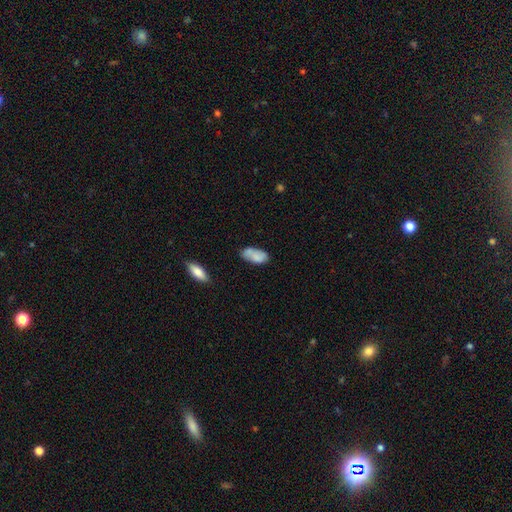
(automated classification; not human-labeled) Smooth or featured? smooth (76%)
How rounded? in between (92%)
Merging? none (58%)